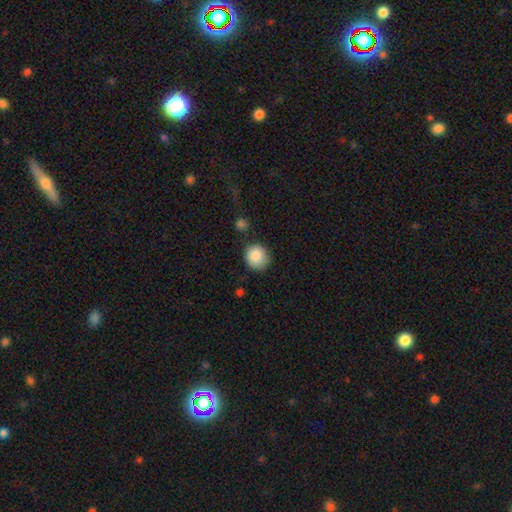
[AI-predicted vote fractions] smooth_or_featured: smooth (p=0.88) [alt: star or artifact p=0.08]
how_rounded: round (p=0.87) [alt: in between p=0.12]
merging: none (p=0.79) [alt: minor disturbance p=0.14]